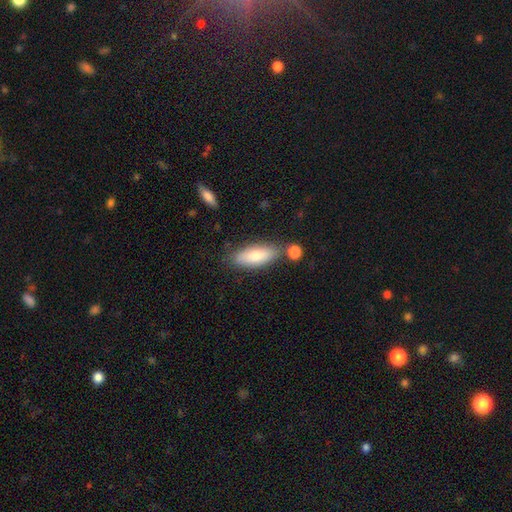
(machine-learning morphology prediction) smooth 78%, featured or disk 16%, star or artifact 6%. Down the decision tree: how rounded — in between (73%); merging — none (70%).